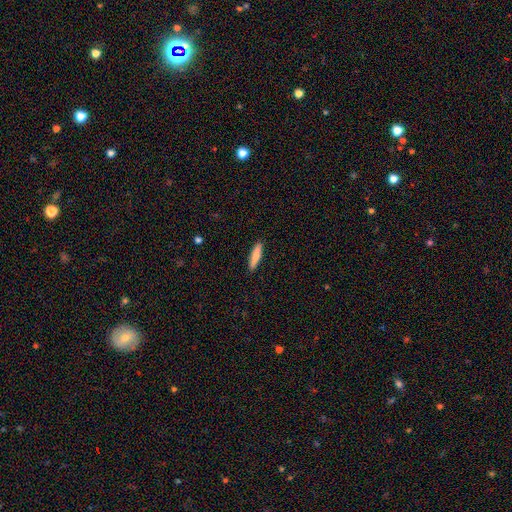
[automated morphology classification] smooth_or_featured: smooth (p=0.81) [alt: featured or disk p=0.14]
how_rounded: cigar-shaped (p=0.82) [alt: in between p=0.17]
merging: none (p=0.90) [alt: minor disturbance p=0.07]